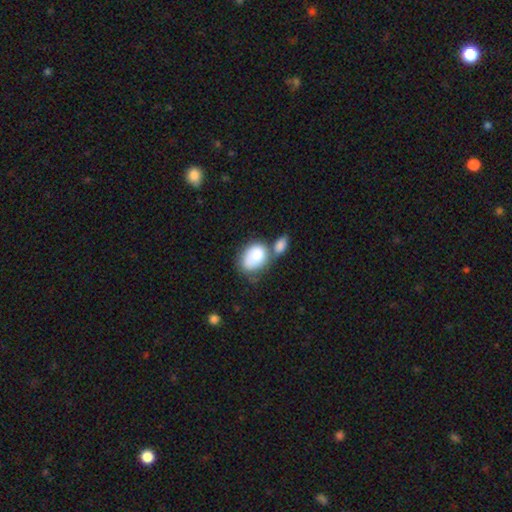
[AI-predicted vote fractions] This appears to be a smooth galaxy with no disk features (81%) that is in between round and cigar-shaped (80%). Merging: merger (50%).